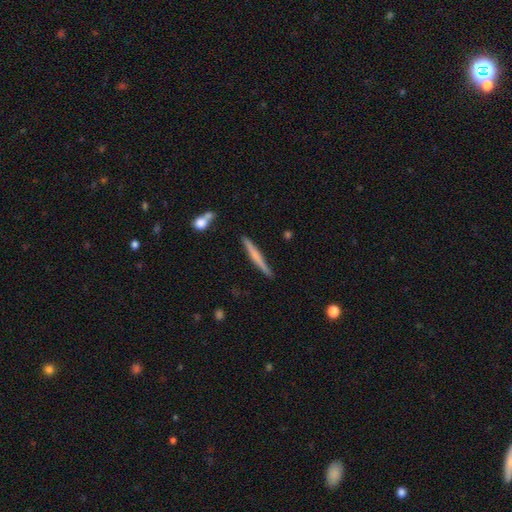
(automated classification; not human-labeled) This is possibly a smooth galaxy (51%). How rounded: clearly cigar-shaped (96%). Merging: clearly none (87%).